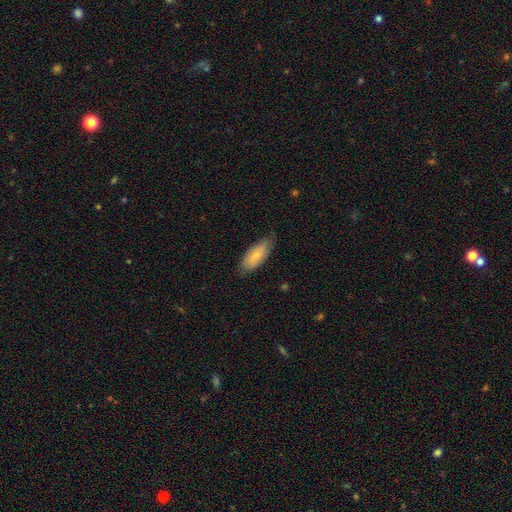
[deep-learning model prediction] A smooth galaxy with no disk features (70%) that is in between round and cigar-shaped (83%).

Vote fractions:
- Smooth or featured? smooth: 70% / featured or disk: 24% / star or artifact: 6%
- How rounded? in between: 83% / cigar-shaped: 15% / round: 2%
- Merging? none: 76% / minor disturbance: 20% / major disturbance: 3% / merger: 1%